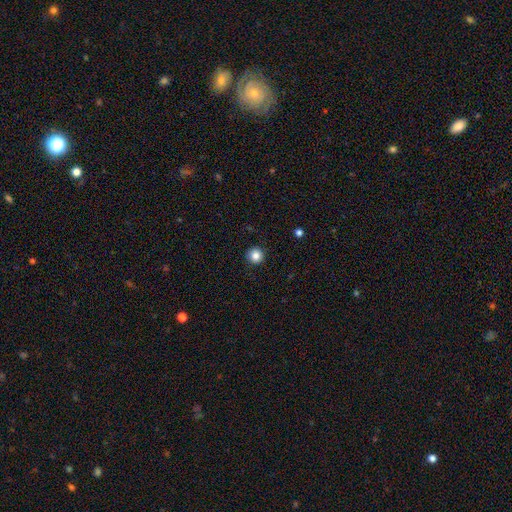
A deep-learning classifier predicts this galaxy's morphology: Smooth or featured? smooth (85%)
How rounded? round (95%)
Merging? none (91%)